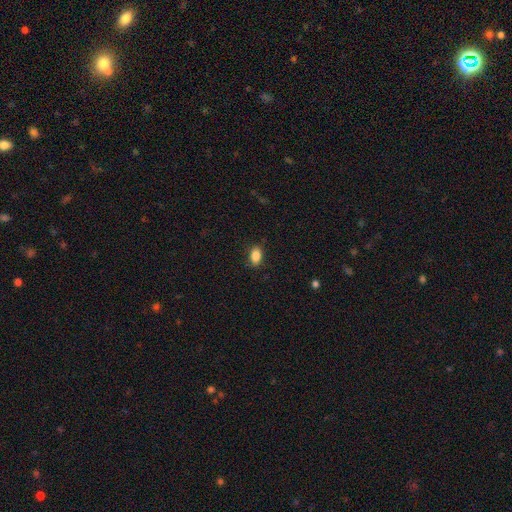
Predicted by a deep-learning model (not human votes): A smooth galaxy with no disk features (86%) that is in between round and cigar-shaped (88%).

Vote fractions:
- Smooth or featured? smooth: 86% / star or artifact: 9% / featured or disk: 5%
- How rounded? in between: 88% / round: 9% / cigar-shaped: 3%
- Merging? none: 86% / minor disturbance: 11% / major disturbance: 2% / merger: 1%